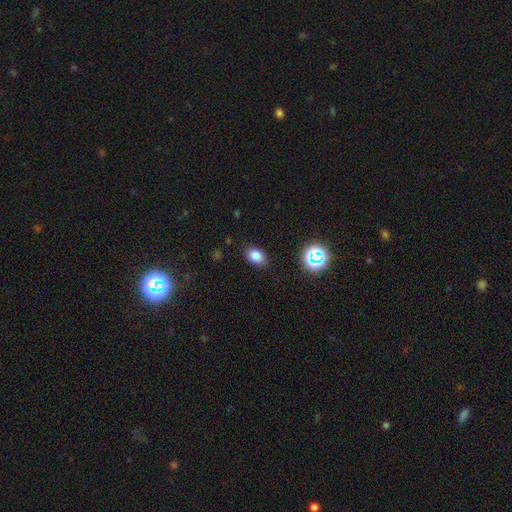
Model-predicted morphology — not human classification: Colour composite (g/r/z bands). It shows a smooth galaxy with no disk features (80%) that is in between round and cigar-shaped (81%). Merging: none (81%).